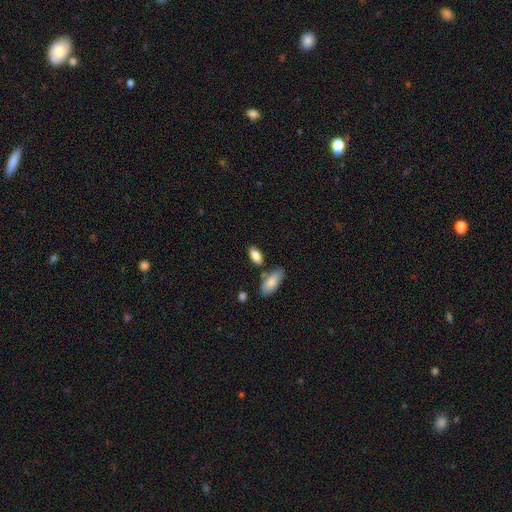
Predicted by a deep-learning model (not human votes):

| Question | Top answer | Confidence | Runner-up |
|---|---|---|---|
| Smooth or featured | smooth | 84% | featured or disk (9%) |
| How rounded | in between | 88% | cigar-shaped (9%) |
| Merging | none | 72% | minor disturbance (13%) |